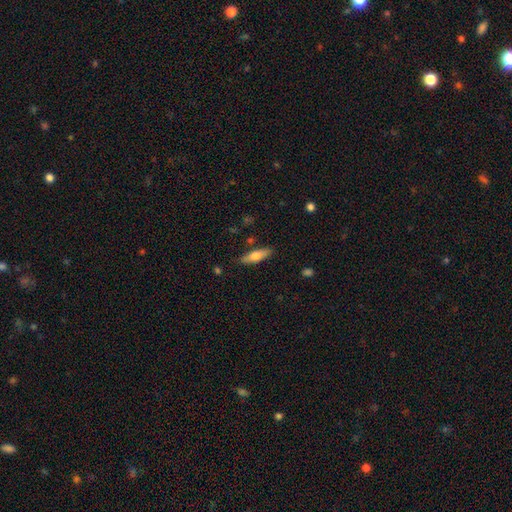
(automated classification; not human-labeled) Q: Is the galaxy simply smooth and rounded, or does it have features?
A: smooth — 63%.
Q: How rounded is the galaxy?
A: cigar-shaped — 56%.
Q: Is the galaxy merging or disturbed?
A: none — 85%.